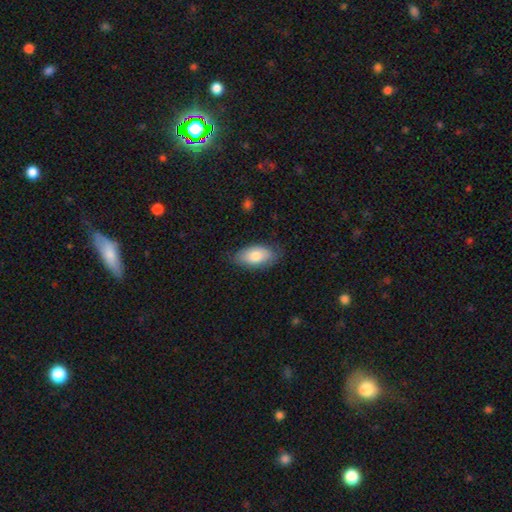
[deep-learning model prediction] Smooth or featured? Predicted: smooth (p=0.78). How rounded? Predicted: in between (p=0.93). Merging? Predicted: none (p=0.76).